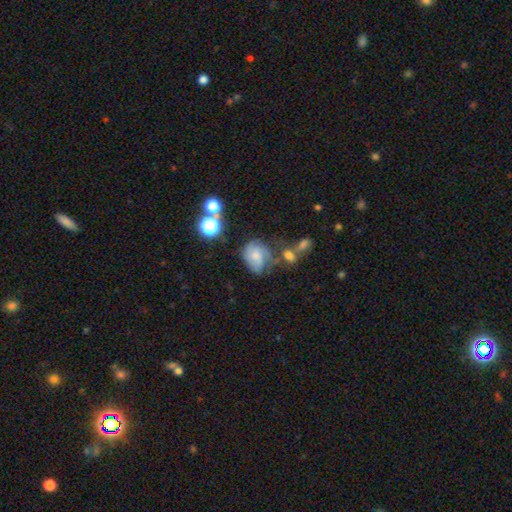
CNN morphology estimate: A smooth galaxy with no disk features (46%).

Vote fractions:
- Smooth or featured? smooth: 46% / featured or disk: 40% / star or artifact: 14%
- Merging? none: 37% / minor disturbance: 26% / major disturbance: 22% / merger: 15%